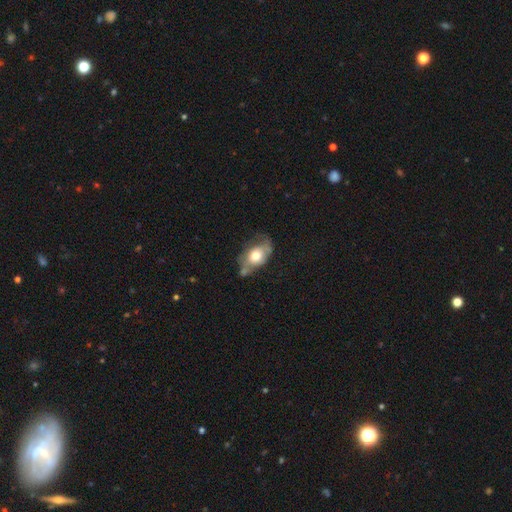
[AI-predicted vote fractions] Smooth or featured: smooth — 58% (featured or disk — 35%)
How rounded: in between — 84% (round — 13%)
Merging: none — 39% (minor disturbance — 33%)